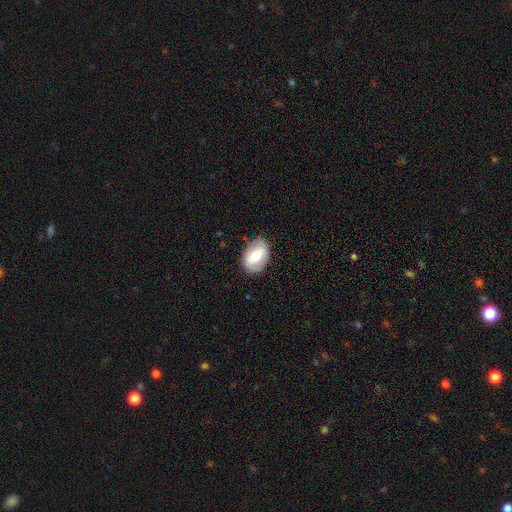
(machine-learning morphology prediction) Smooth or featured?
  - smooth: 52% *
  - featured or disk: 41%
  - star or artifact: 7%
How rounded?
  - in between: 80% *
  - round: 19%
  - cigar-shaped: 1%
Merging?
  - none: 83% *
  - minor disturbance: 12%
  - major disturbance: 4%
  - merger: 1%